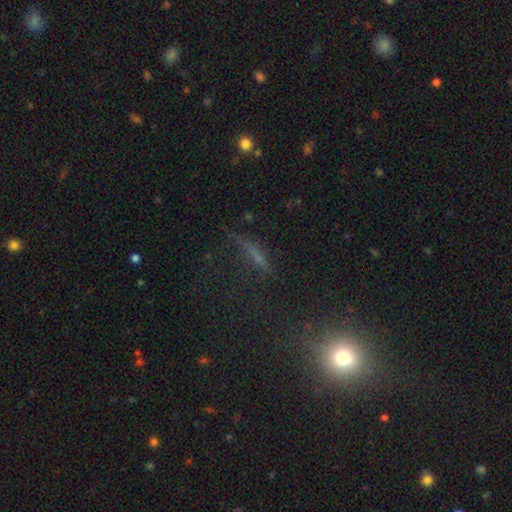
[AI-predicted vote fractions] A star or artifact, not a galaxy (37%).

Vote fractions:
- Smooth or featured? star or artifact: 37% / smooth: 35% / featured or disk: 28%